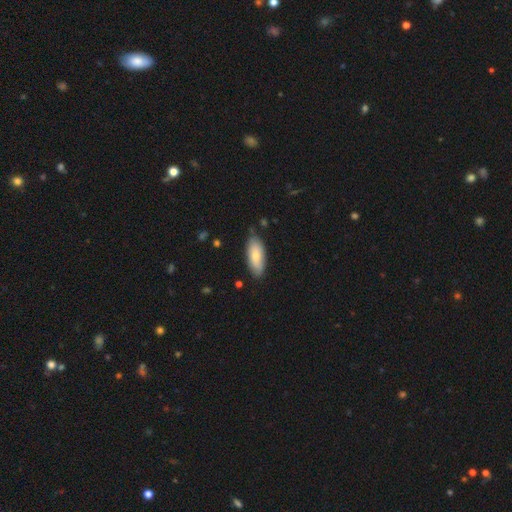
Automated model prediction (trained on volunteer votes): smooth_or_featured: smooth (p=0.75) [alt: featured or disk p=0.19]
how_rounded: in between (p=0.82) [alt: cigar-shaped p=0.16]
merging: none (p=0.78) [alt: minor disturbance p=0.17]